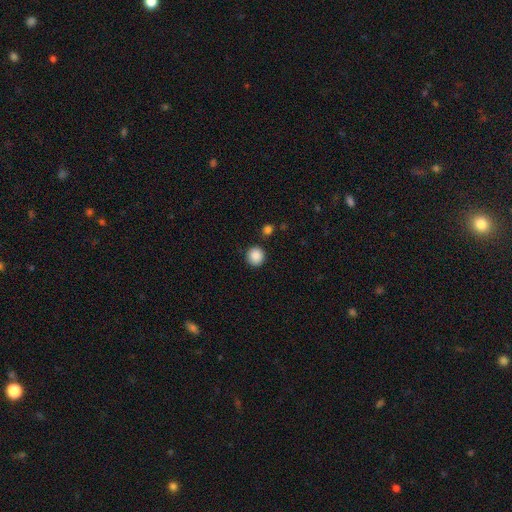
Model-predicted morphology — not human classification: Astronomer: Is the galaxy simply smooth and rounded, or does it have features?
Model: smooth — 88%.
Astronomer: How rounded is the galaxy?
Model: round — 92%.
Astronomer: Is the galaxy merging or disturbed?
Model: none — 88%.